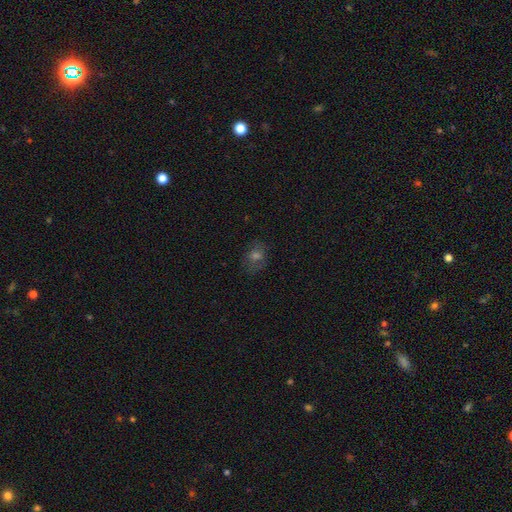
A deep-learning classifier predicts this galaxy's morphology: A smooth galaxy with no disk features (50%) that is round (50%).

Vote fractions:
- Smooth or featured? smooth: 50% / star or artifact: 25% / featured or disk: 25%
- How rounded? round: 50% / in between: 48% / cigar-shaped: 2%
- Merging? none: 74% / minor disturbance: 16% / major disturbance: 8% / merger: 2%